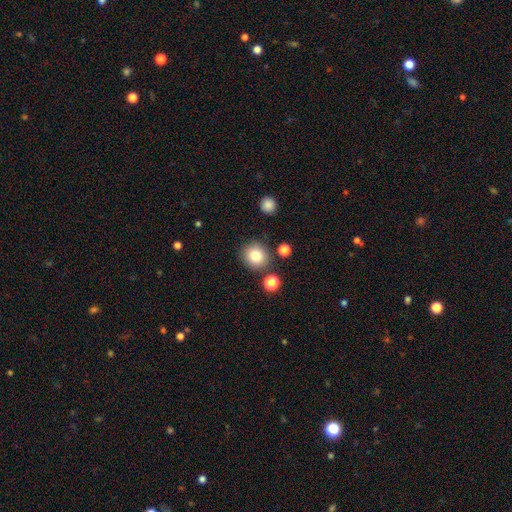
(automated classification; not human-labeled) This is clearly a smooth galaxy (83%). How rounded: clearly round (90%). Merging: clearly none (82%).